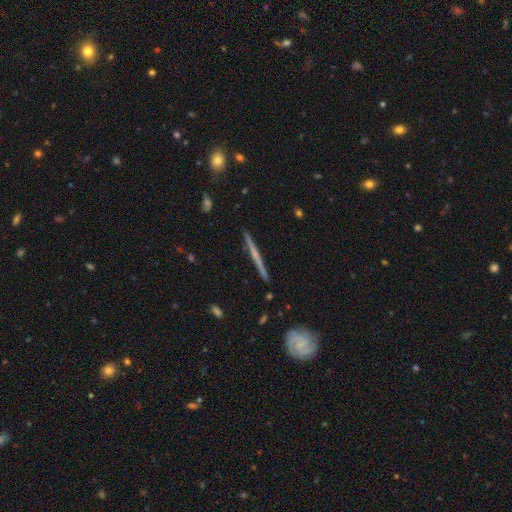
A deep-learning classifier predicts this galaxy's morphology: Overall: featured or disk (71%). Edge-on disk: yes (98%). Edge-on bulge: none (60%; rounded 33%). Merging: none (91%).